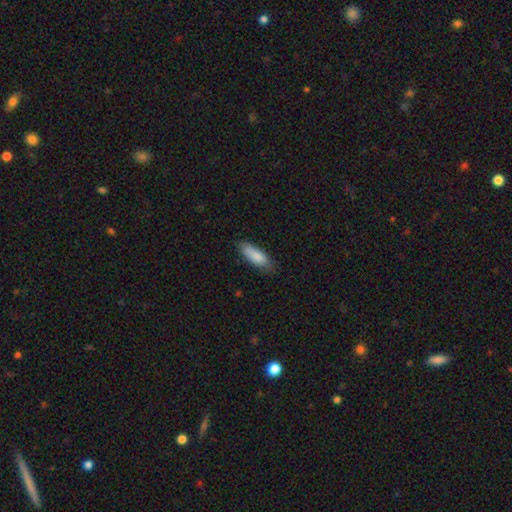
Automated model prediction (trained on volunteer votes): Smooth or featured: smooth — 87% (featured or disk — 7%)
How rounded: in between — 64% (cigar-shaped — 35%)
Merging: none — 76% (minor disturbance — 20%)